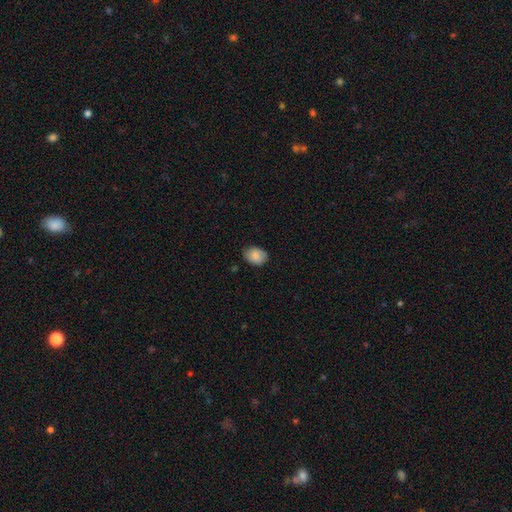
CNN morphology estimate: type=smooth (87%); roundness=in between (68%); merging=none (83%).